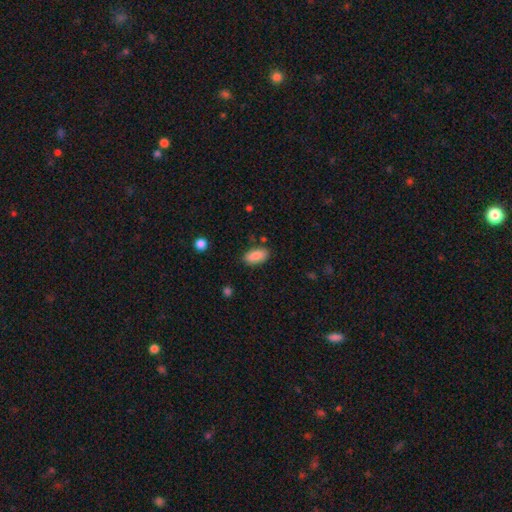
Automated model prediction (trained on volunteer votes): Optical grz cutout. It shows a smooth galaxy with no disk features (87%) that is in between round and cigar-shaped (92%). Merging: none (83%).